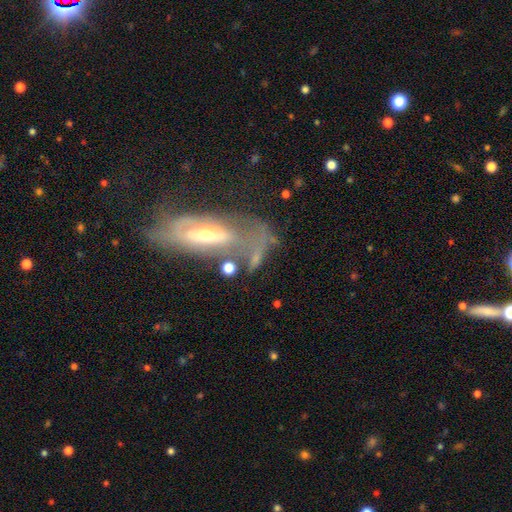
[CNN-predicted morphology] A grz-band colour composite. It shows a featured or disk galaxy (50%). Merging: none (35%).